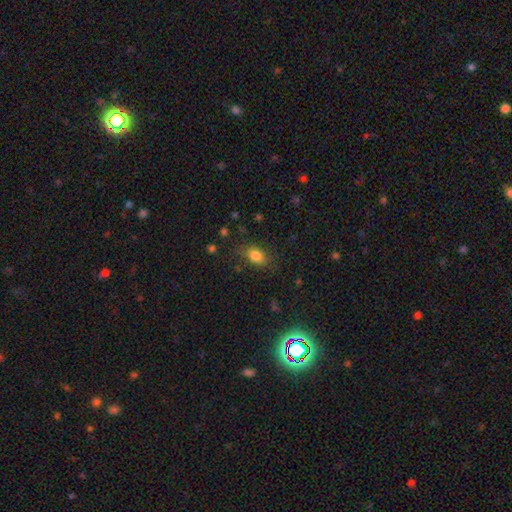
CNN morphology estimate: type=smooth (82%); roundness=in between (77%); merging=none (75%).